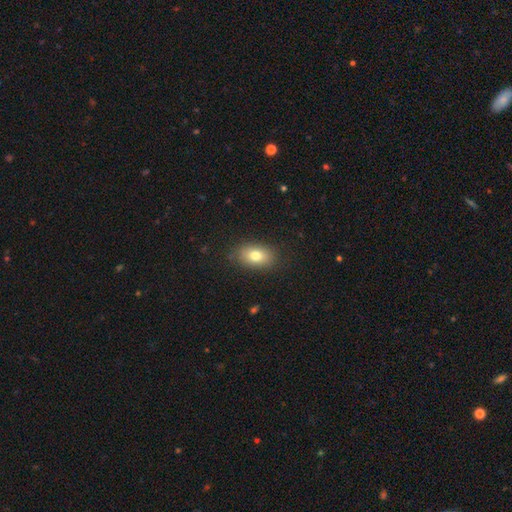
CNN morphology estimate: A smooth galaxy with no disk features (78%) that is in between round and cigar-shaped (82%). Merging: none (85%).